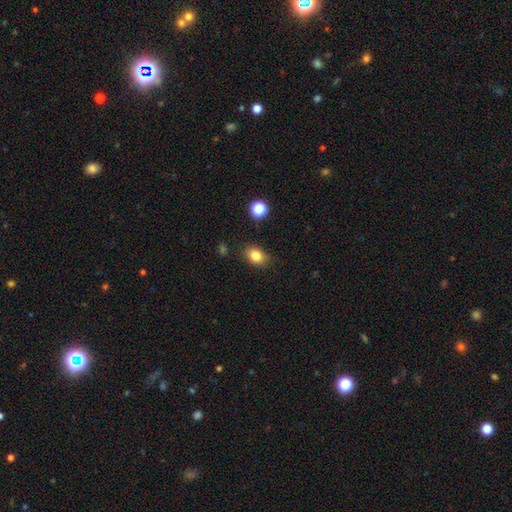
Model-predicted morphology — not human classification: Smooth or featured? Predicted: smooth (p=0.82). How rounded? Predicted: in between (p=0.66). Merging? Predicted: none (p=0.84).